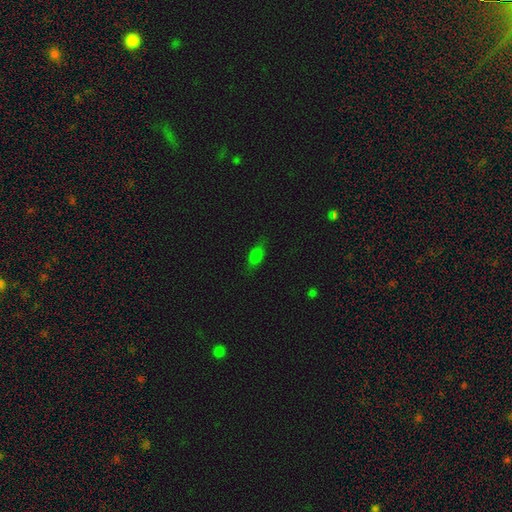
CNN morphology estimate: Smooth or featured: smooth — 76% (star or artifact — 13%)
How rounded: in between — 81% (cigar-shaped — 13%)
Merging: none — 76% (minor disturbance — 18%)